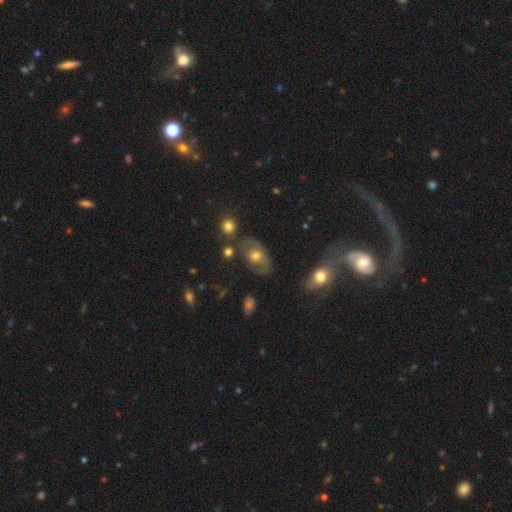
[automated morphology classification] Overall: featured or disk (46%; smooth 42%). Merging: none (56%; minor disturbance 25%).